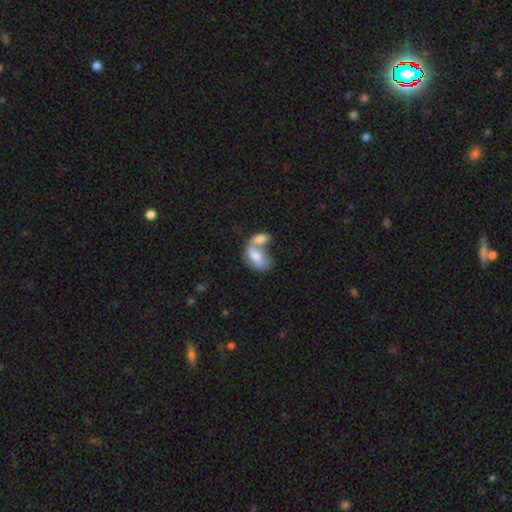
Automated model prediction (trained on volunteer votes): Q: Smooth or featured?
A: smooth (62%); runner-up: featured or disk (31%)
Q: How rounded?
A: in between (89%); runner-up: round (7%)
Q: Merging?
A: merger (72%); runner-up: none (14%)